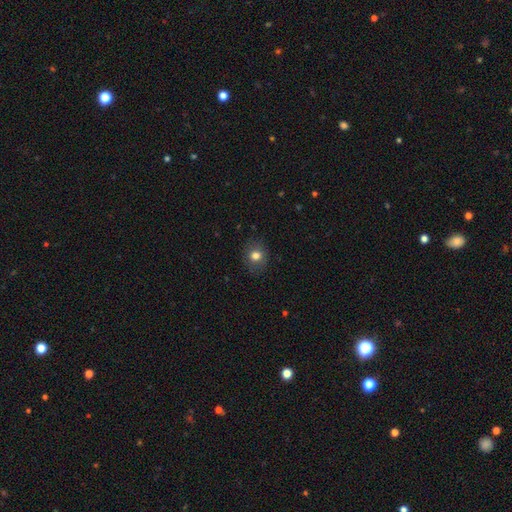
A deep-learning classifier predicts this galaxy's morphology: smooth-or-featured: smooth: 78% | star or artifact: 11% | featured or disk: 11%
  how-rounded: round: 69% | in between: 30% | cigar-shaped: 1%
  merging: none: 86% | minor disturbance: 10% | major disturbance: 3% | merger: 1%